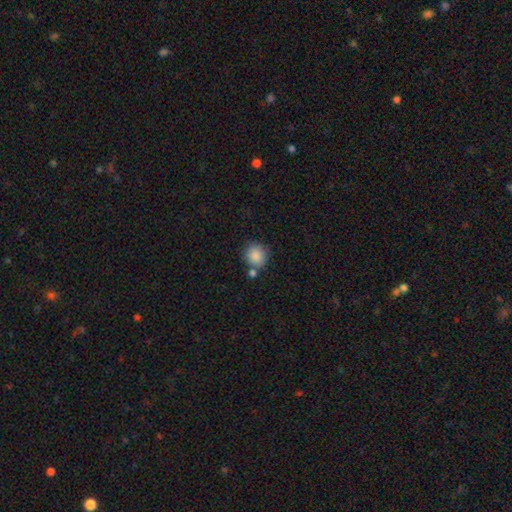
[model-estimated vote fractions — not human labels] Smooth or featured?
  - smooth: 87% *
  - star or artifact: 8%
  - featured or disk: 5%
How rounded?
  - round: 86% *
  - in between: 13%
  - cigar-shaped: 1%
Merging?
  - none: 68% *
  - merger: 15%
  - minor disturbance: 13%
  - major disturbance: 4%